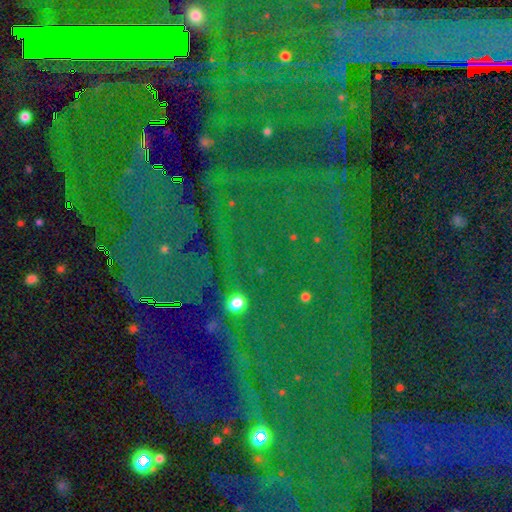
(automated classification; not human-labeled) This appears to be a star or artifact, not a galaxy (84%).